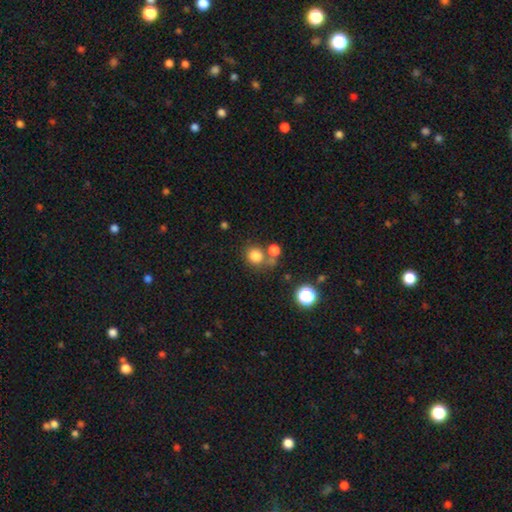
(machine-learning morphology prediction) Overall: smooth (79%). How rounded: round (81%). Merging: none (63%).